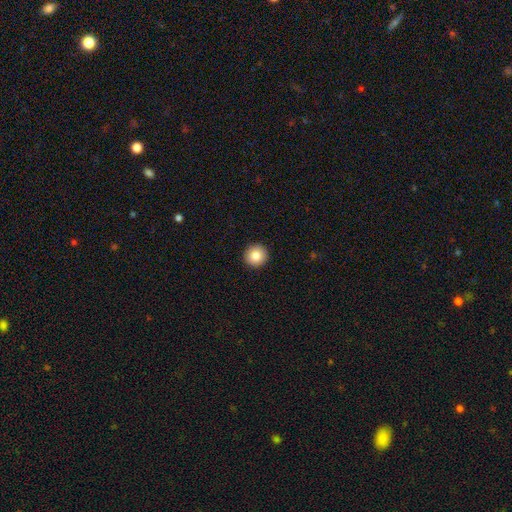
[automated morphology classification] The model was most divided on "smooth or featured": smooth: 83%, star or artifact: 9%, featured or disk: 8%. More confident: how rounded — round (95%); merging — none (93%).